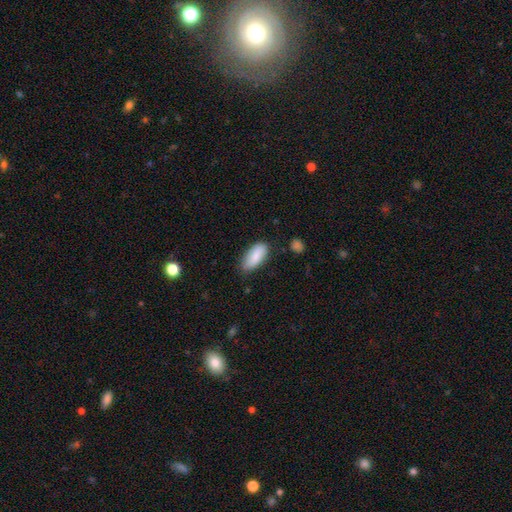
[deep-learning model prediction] Smooth or featured? smooth (84%)
How rounded? in between (88%)
Merging? none (72%)